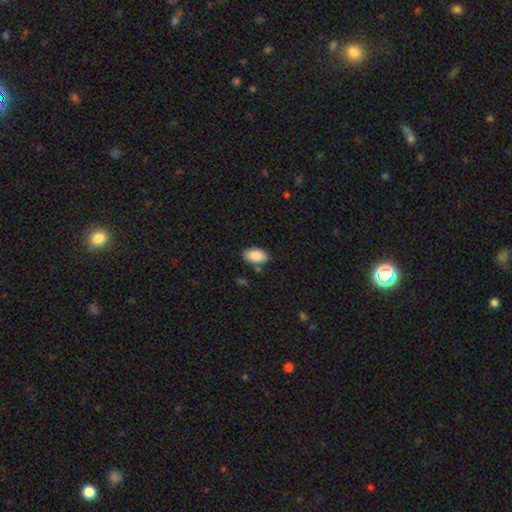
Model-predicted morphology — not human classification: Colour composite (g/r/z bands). It shows a smooth galaxy with no disk features (89%) that is in between round and cigar-shaped (94%). Merging: none (79%).